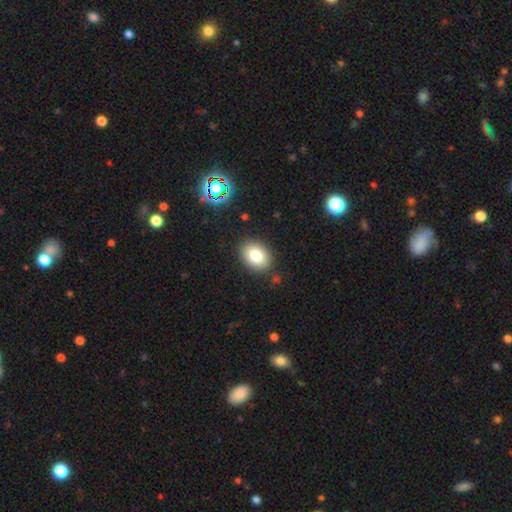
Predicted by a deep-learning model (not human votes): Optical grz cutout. It shows a smooth galaxy with no disk features (82%) that is in between round and cigar-shaped (72%). Merging: none (86%).